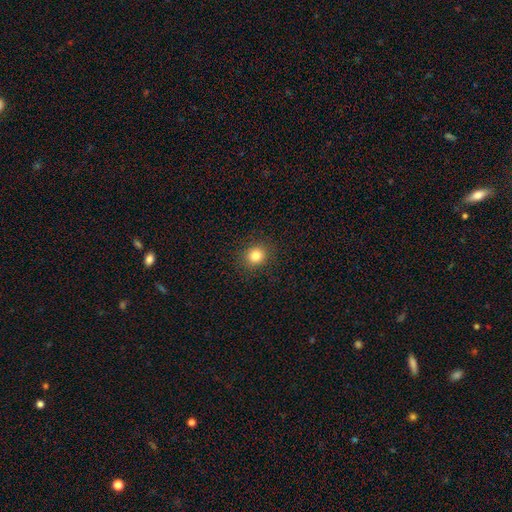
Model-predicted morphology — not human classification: Overall: smooth (82%). How rounded: round (82%). Merging: none (90%).